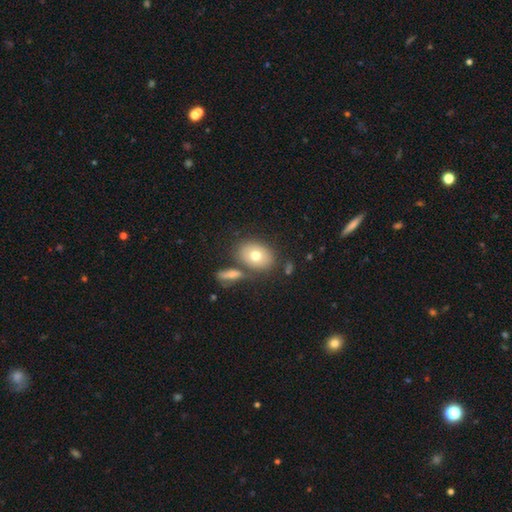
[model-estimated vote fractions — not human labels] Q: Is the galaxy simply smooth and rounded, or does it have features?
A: smooth — 71%.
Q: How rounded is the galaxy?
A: in between — 73%.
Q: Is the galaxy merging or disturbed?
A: none — 70%.